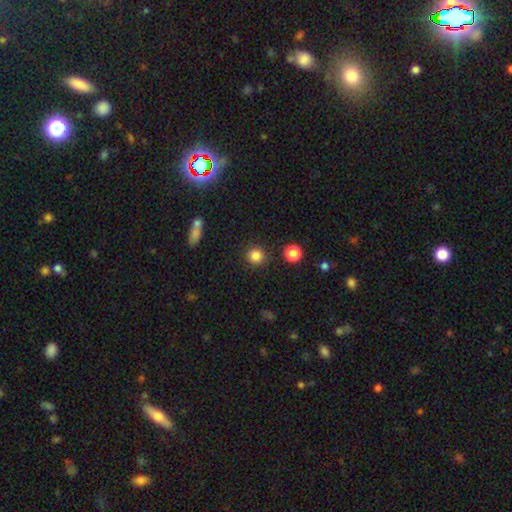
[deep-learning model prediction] Overall: smooth (84%). How rounded: round (94%). Merging: none (88%).